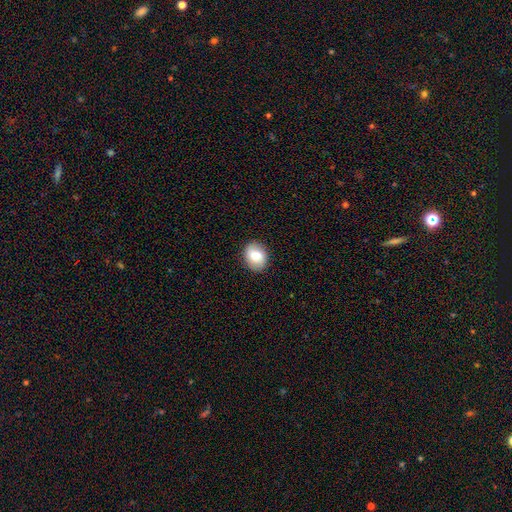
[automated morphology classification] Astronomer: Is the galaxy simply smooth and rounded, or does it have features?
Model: smooth — 75%.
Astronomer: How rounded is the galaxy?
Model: round — 53% (runner-up: in between, 46%).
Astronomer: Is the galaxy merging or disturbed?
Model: none — 88%.